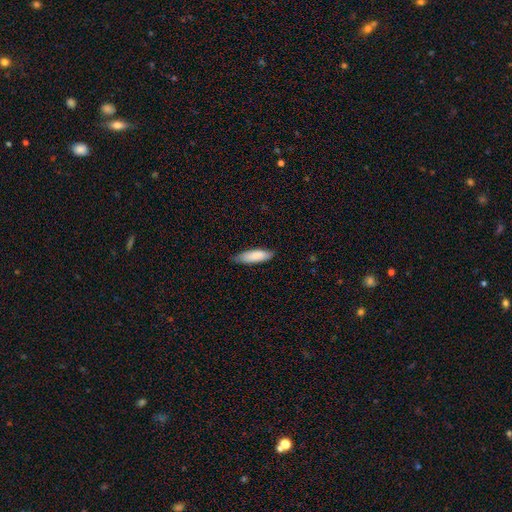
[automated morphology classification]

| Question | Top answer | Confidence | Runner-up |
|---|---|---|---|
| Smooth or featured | smooth | 85% | featured or disk (10%) |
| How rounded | in between | 50% | cigar-shaped (48%) |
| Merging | none | 77% | minor disturbance (20%) |